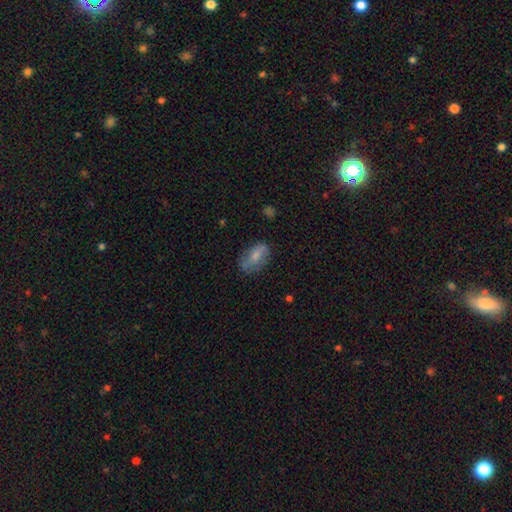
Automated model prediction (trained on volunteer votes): Smooth or featured? Predicted: smooth (p=0.63). How rounded? Predicted: in between (p=0.90). Merging? Predicted: none (p=0.66).